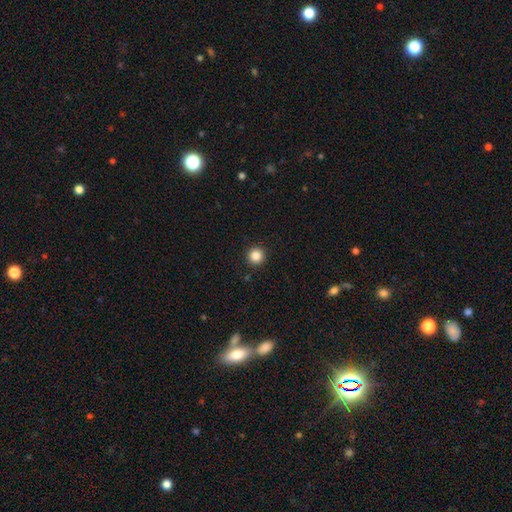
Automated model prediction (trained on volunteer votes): Smooth or featured? Predicted: smooth (p=0.86). How rounded? Predicted: round (p=0.96). Merging? Predicted: none (p=0.93).